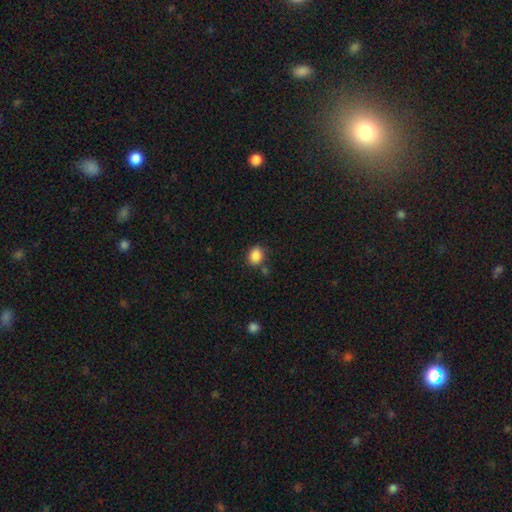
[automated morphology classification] type=smooth (87%); roundness=in between (55%); merging=none (76%).